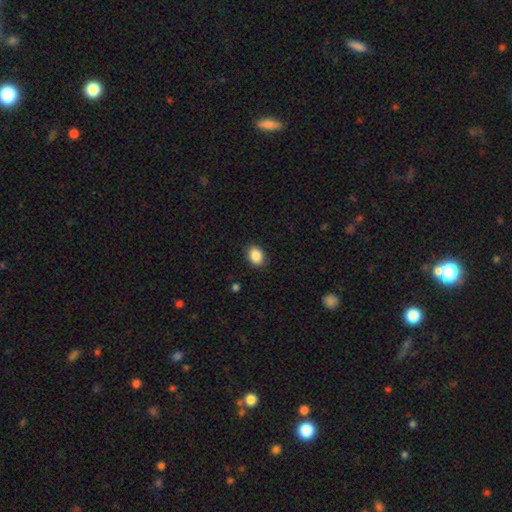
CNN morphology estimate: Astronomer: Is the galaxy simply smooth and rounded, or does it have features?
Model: smooth — 88%.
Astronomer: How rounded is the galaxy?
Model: in between — 66%.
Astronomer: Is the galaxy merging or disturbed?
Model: none — 89%.